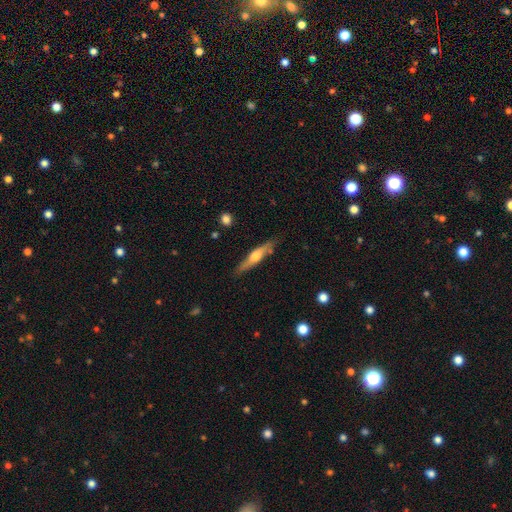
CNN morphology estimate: Smooth or featured? featured or disk (57%)
Edge-on disk? yes (93%)
Edge-on bulge? rounded (86%)
Merging? none (82%)